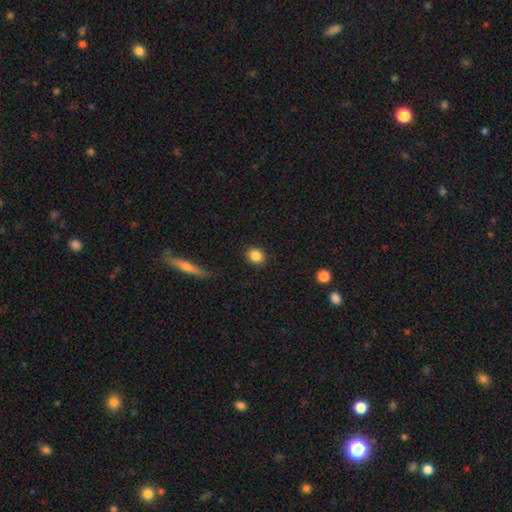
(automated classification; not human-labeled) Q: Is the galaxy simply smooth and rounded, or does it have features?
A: smooth — 86%.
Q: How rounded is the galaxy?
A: round — 71%.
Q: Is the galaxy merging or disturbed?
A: none — 90%.